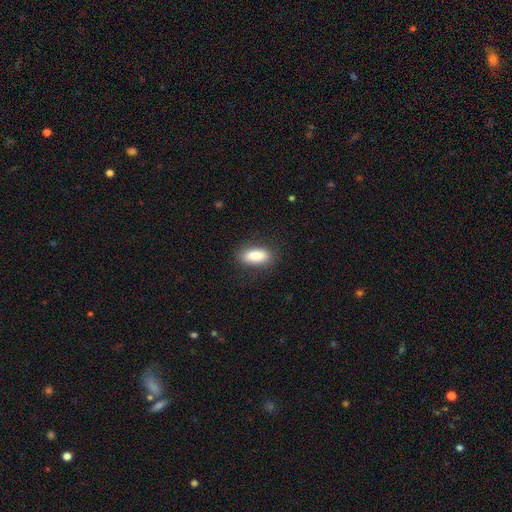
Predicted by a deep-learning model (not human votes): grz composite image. It shows a smooth galaxy with no disk features (86%) that is in between round and cigar-shaped (84%). Merging: none (85%).